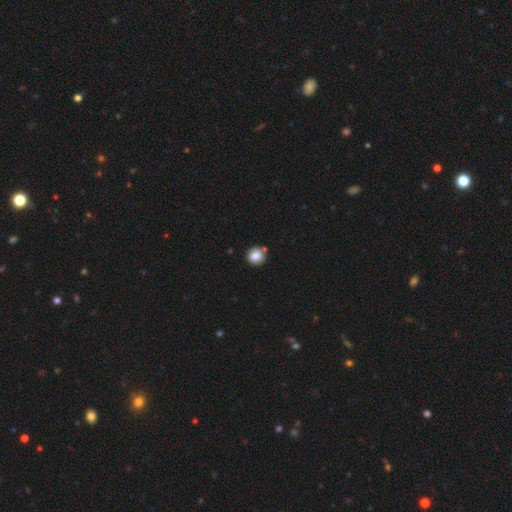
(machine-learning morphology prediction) The model was most divided on "merging": none: 79%, minor disturbance: 10%, merger: 8%, major disturbance: 2%. More confident: how rounded — round (90%); smooth or featured — smooth (85%).